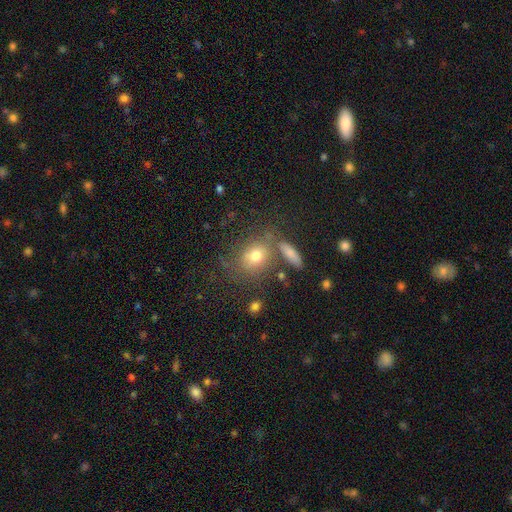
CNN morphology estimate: smooth_or_featured: smooth (p=0.71) [alt: featured or disk p=0.16]
how_rounded: round (p=0.54) [alt: in between p=0.43]
merging: none (p=0.61) [alt: merger p=0.16]